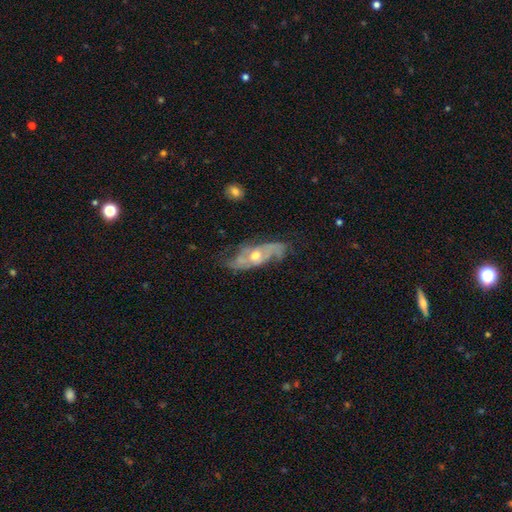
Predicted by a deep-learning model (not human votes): Morphology: type=featured or disk (79%); edge-on=no (83%); bar=no (71%); spiral arms=yes (87%); winding=medium (42%); arm count=2 (47%); bulge=moderate (66%); merging=none (67%).